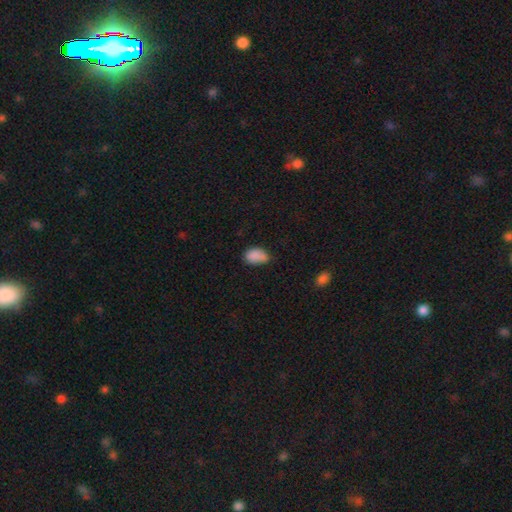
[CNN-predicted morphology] Smooth or featured: smooth — 87% (star or artifact — 8%)
How rounded: in between — 87% (round — 11%)
Merging: none — 56% (minor disturbance — 35%)